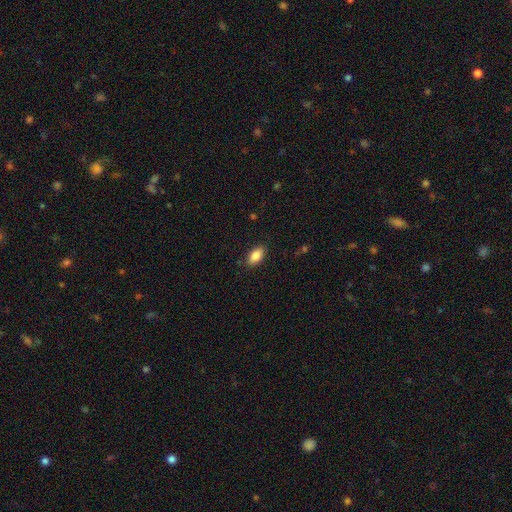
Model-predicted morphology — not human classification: Smooth or featured?
  - smooth: 85% *
  - star or artifact: 8%
  - featured or disk: 7%
How rounded?
  - in between: 91% *
  - cigar-shaped: 5%
  - round: 4%
Merging?
  - none: 85% *
  - minor disturbance: 11%
  - major disturbance: 3%
  - merger: 1%